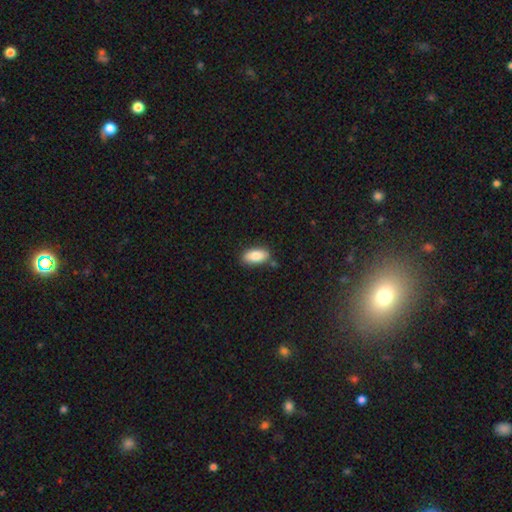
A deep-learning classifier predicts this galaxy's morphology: The model was most divided on "merging": none: 80%, minor disturbance: 13%, merger: 4%, major disturbance: 3%. More confident: how rounded — in between (92%); smooth or featured — smooth (86%).